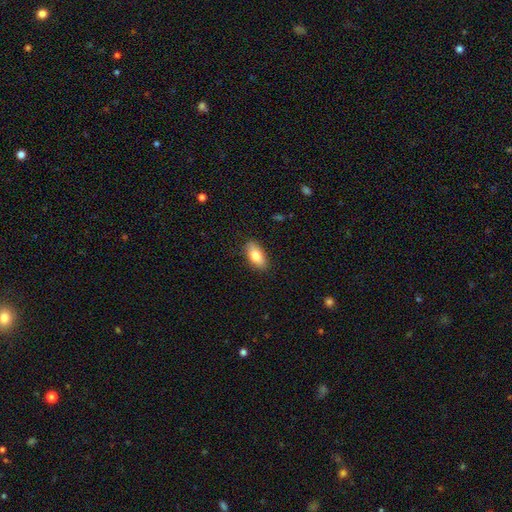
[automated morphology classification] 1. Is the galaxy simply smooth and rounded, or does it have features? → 80% smooth, 14% featured or disk, 7% star or artifact.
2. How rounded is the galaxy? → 88% in between, 8% cigar-shaped, 4% round.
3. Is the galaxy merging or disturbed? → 87% none, 10% minor disturbance, 2% major disturbance, 1% merger.